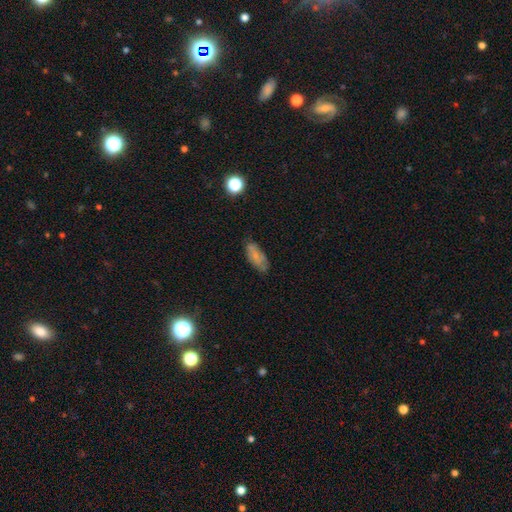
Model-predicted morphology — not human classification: Smooth or featured? Predicted: smooth (p=0.70). How rounded? Predicted: in between (p=0.82). Merging? Predicted: none (p=0.71).